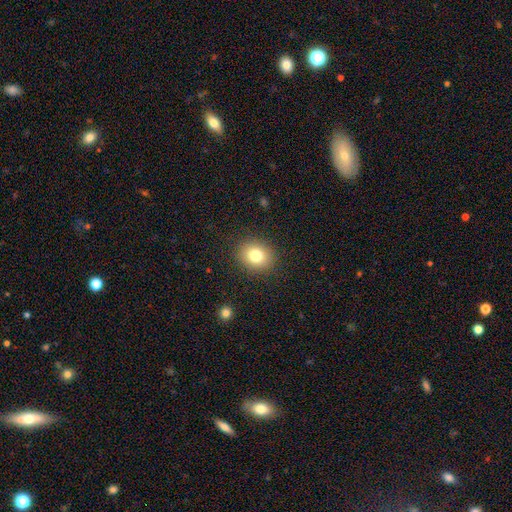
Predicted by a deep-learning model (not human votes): The model was most divided on "how rounded": round: 70%, in between: 29%, cigar-shaped: 1%. More confident: merging — none (89%); smooth or featured — smooth (79%).